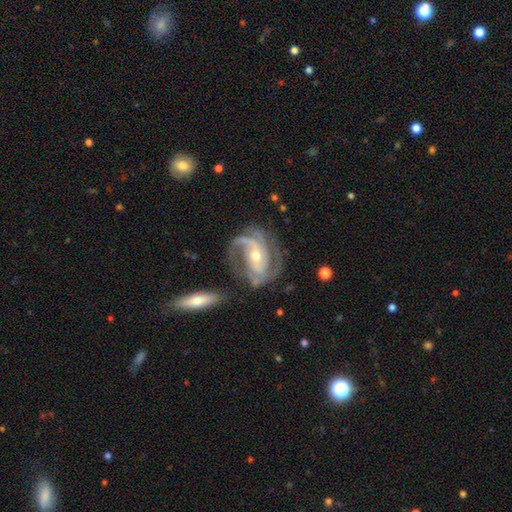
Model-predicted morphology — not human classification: smooth_or_featured: featured or disk (p=0.91) [alt: star or artifact p=0.05]
disk_edge_on: no (p=0.97) [alt: yes p=0.03]
bar: no (p=0.44) [alt: weak p=0.34]
has_spiral_arms: yes (p=0.98) [alt: no p=0.02]
spiral_winding: medium (p=0.48) [alt: tight p=0.36]
spiral_arm_count: 2 (p=0.44) [alt: 3 p=0.32]
bulge_size: moderate (p=0.52) [alt: small p=0.44]
merging: none (p=0.61) [alt: minor disturbance p=0.20]